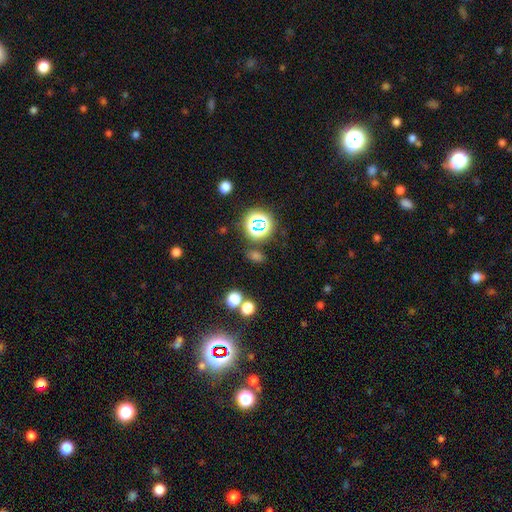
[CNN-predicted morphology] Smooth or featured? Predicted: smooth (p=0.57). How rounded? Predicted: in between (p=0.59). Merging? Predicted: none (p=0.76).